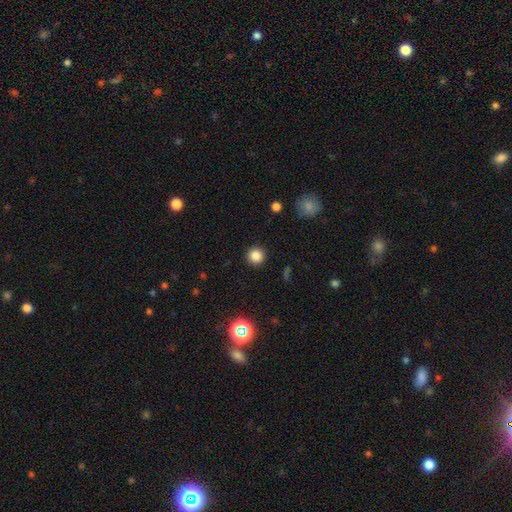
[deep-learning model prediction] smooth_or_featured: smooth (p=0.84) [alt: star or artifact p=0.12]
how_rounded: round (p=0.95) [alt: in between p=0.04]
merging: none (p=0.92) [alt: minor disturbance p=0.05]